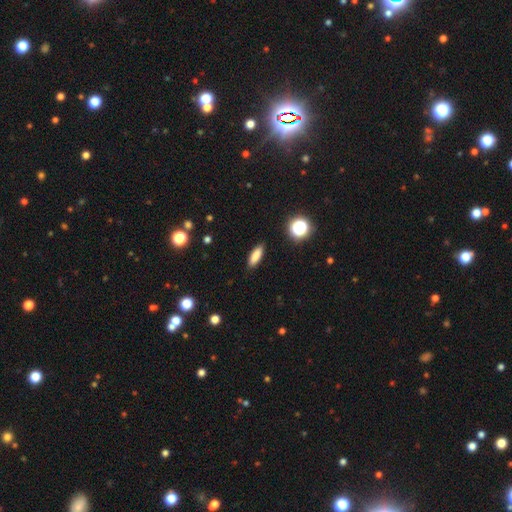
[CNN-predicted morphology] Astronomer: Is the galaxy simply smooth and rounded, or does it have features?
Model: smooth — 83%.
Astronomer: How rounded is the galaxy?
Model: in between — 56% (runner-up: cigar-shaped, 40%).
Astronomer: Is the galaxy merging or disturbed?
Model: none — 89%.